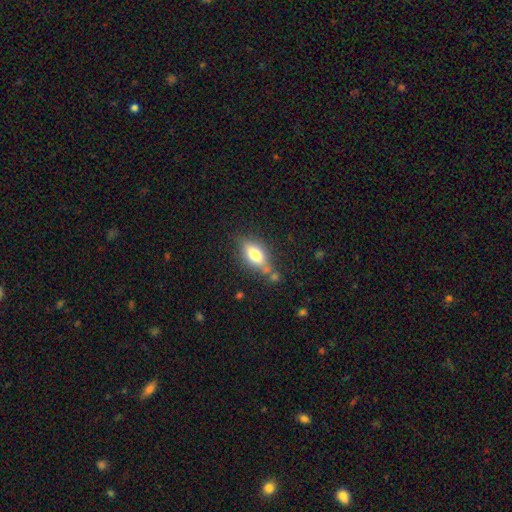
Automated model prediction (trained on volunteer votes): Smooth or featured: smooth — 66% (featured or disk — 25%)
How rounded: in between — 81% (cigar-shaped — 13%)
Merging: none — 69% (minor disturbance — 17%)